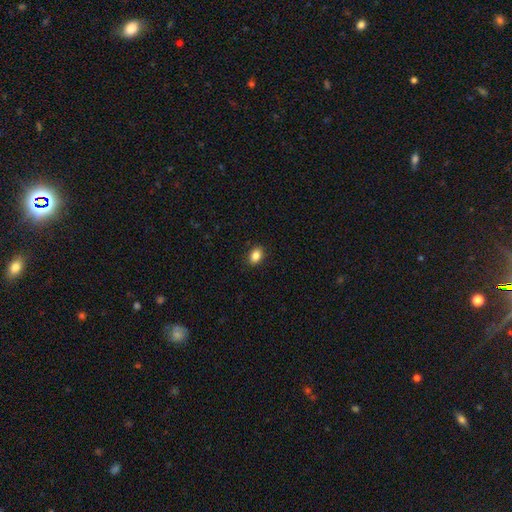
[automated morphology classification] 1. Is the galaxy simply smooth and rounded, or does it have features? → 86% smooth, 9% star or artifact, 5% featured or disk.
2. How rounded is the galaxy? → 79% in between, 19% round, 1% cigar-shaped.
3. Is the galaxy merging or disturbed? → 90% none, 7% minor disturbance, 2% major disturbance, 1% merger.